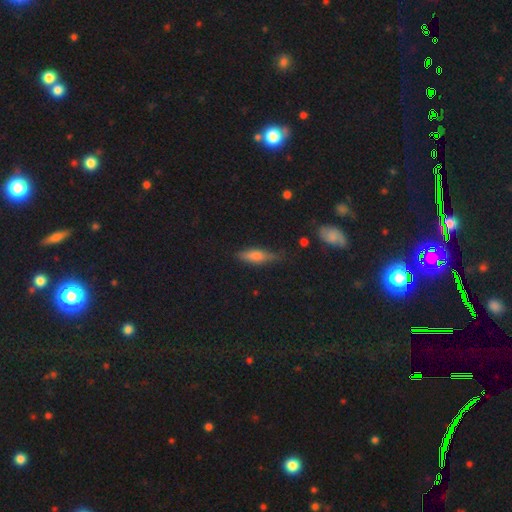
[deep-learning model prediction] The model was most divided on "how rounded": cigar-shaped: 58%, in between: 39%, round: 3%. More confident: merging — none (74%); smooth or featured — smooth (57%).